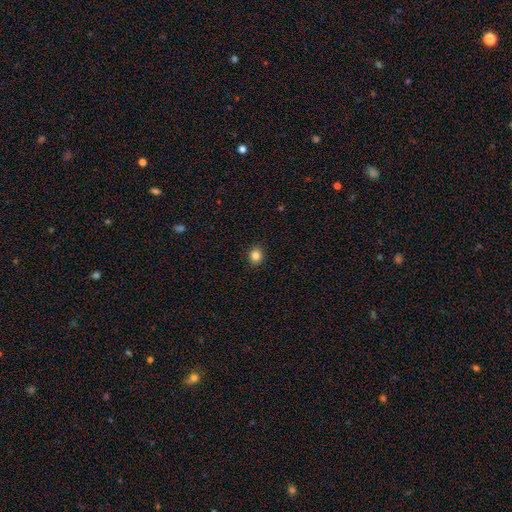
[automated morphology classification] Smooth or featured? Predicted: smooth (p=0.84). How rounded? Predicted: round (p=0.75). Merging? Predicted: none (p=0.91).